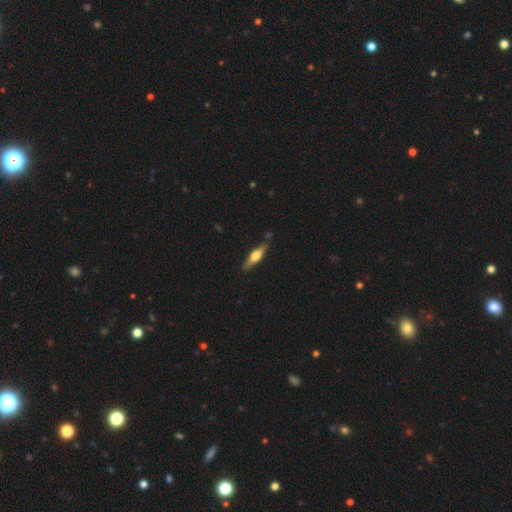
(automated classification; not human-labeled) Smooth or featured? featured or disk (60%)
Edge-on disk? yes (95%)
Edge-on bulge? rounded (89%)
Merging? none (84%)